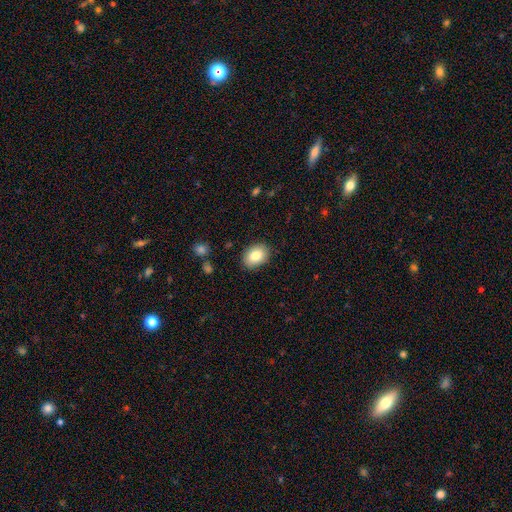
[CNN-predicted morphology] The model was most divided on "how rounded": in between: 76%, round: 24%, cigar-shaped: 1%. More confident: merging — none (87%); smooth or featured — smooth (83%).